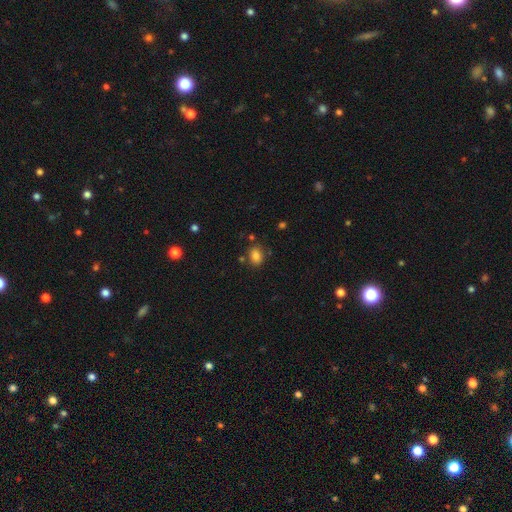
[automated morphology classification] Smooth or featured: smooth — 82% (star or artifact — 12%)
How rounded: in between — 65% (round — 34%)
Merging: none — 75% (minor disturbance — 15%)